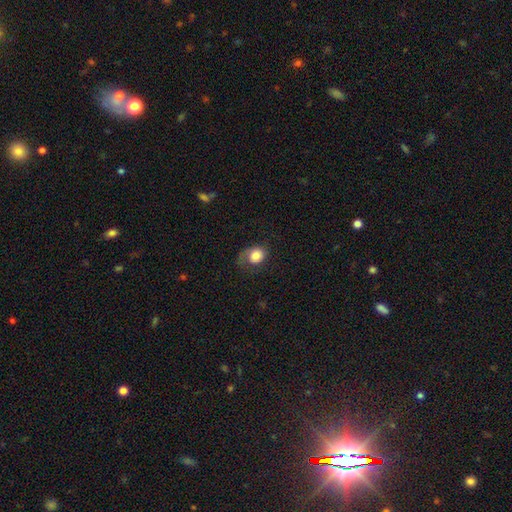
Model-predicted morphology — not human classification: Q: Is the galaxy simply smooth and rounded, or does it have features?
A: smooth — 73%.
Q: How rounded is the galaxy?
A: round — 53%.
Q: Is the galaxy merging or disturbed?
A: none — 46%.